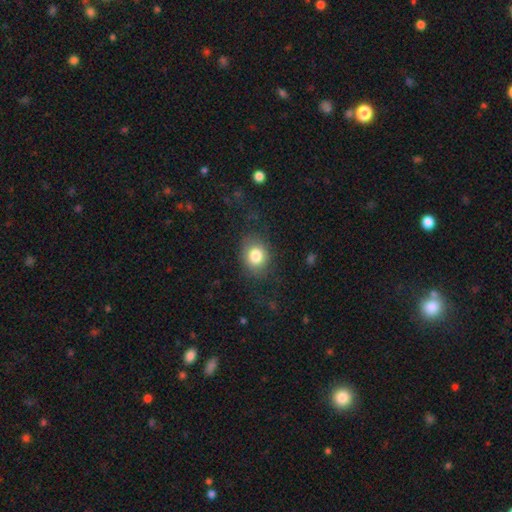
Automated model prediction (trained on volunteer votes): The model was most divided on "how rounded": round: 54%, in between: 45%, cigar-shaped: 1%. More confident: smooth or featured — smooth (81%); merging — none (78%).